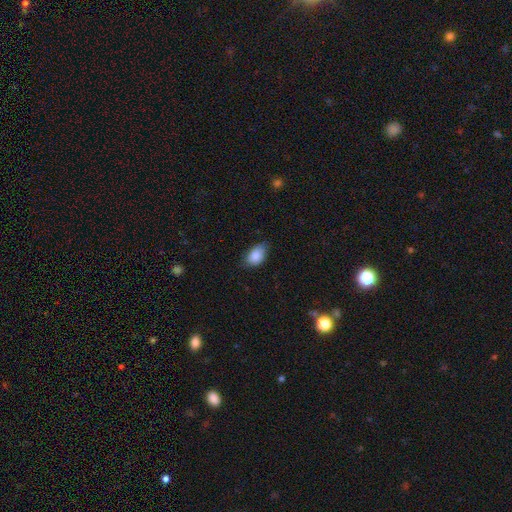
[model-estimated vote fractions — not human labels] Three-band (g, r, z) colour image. It shows a smooth galaxy with no disk features (86%) that is in between round and cigar-shaped (89%). Merging: none (69%).